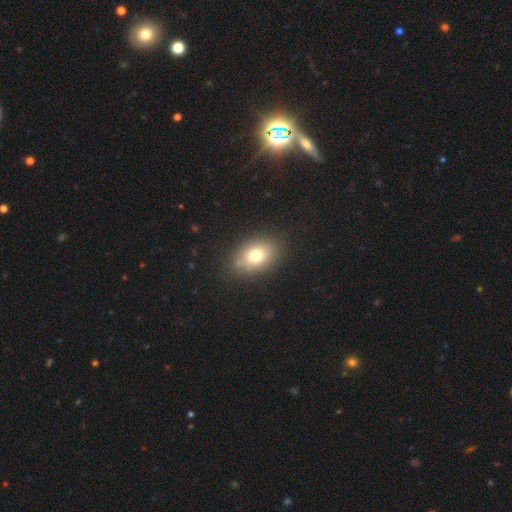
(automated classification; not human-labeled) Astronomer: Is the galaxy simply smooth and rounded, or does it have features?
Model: smooth — 76%.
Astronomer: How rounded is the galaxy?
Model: in between — 74%.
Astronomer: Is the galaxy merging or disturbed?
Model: none — 83%.